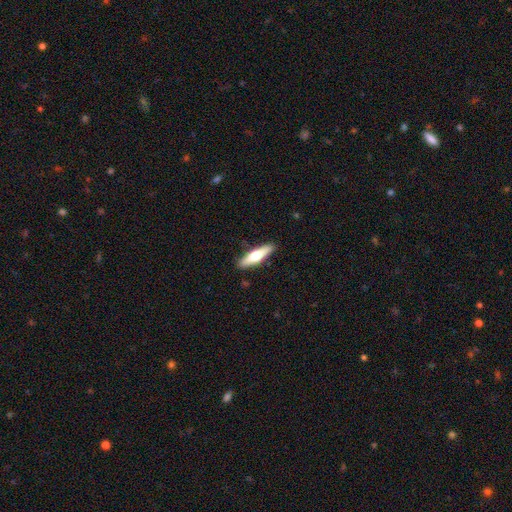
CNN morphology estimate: Smooth or featured: smooth — 51% (featured or disk — 43%)
How rounded: cigar-shaped — 71% (in between — 27%)
Merging: none — 89% (minor disturbance — 8%)